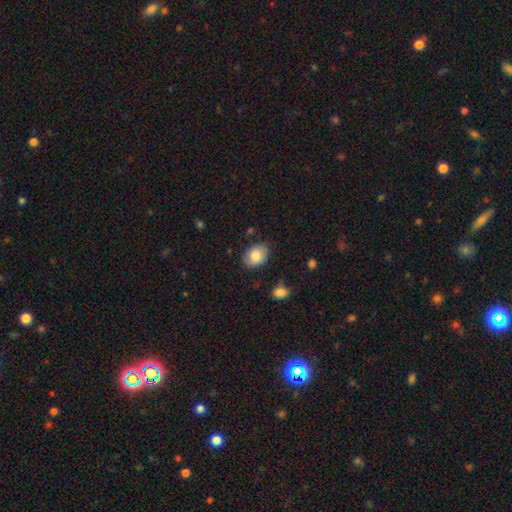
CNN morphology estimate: The model was most divided on "how rounded": in between: 74%, round: 25%, cigar-shaped: 1%. More confident: smooth or featured — smooth (83%); merging — none (83%).